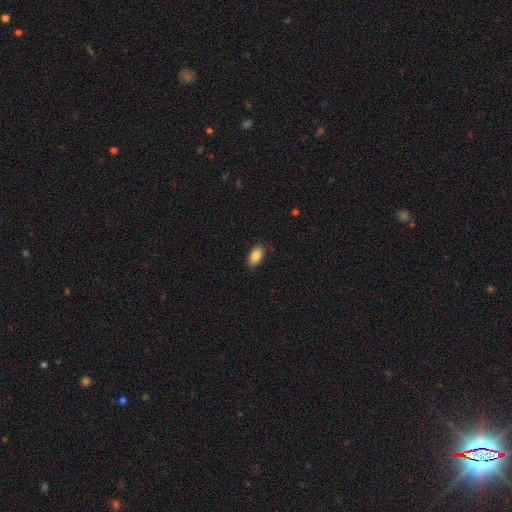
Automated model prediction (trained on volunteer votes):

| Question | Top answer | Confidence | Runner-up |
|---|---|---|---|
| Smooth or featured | smooth | 85% | featured or disk (8%) |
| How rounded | in between | 92% | round (5%) |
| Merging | none | 86% | minor disturbance (11%) |